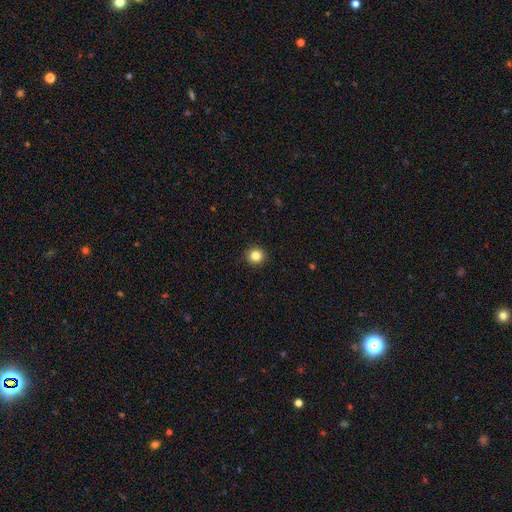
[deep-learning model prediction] smooth-or-featured: smooth: 84% | star or artifact: 11% | featured or disk: 5%
  how-rounded: round: 92% | in between: 7% | cigar-shaped: 1%
  merging: none: 93% | minor disturbance: 5% | major disturbance: 2% | merger: 1%